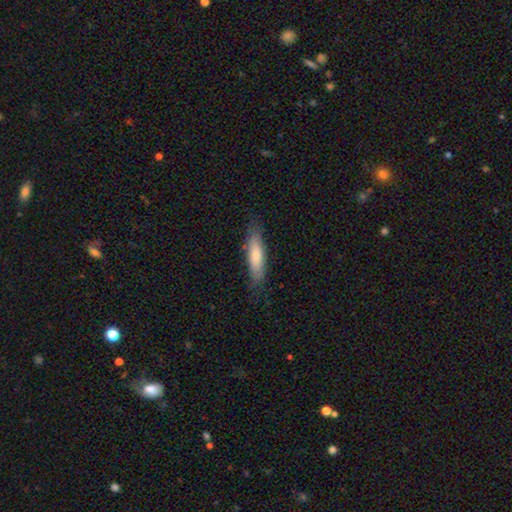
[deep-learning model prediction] Smooth or featured? Predicted: smooth (p=0.78). How rounded? Predicted: cigar-shaped (p=0.65). Merging? Predicted: none (p=0.79).